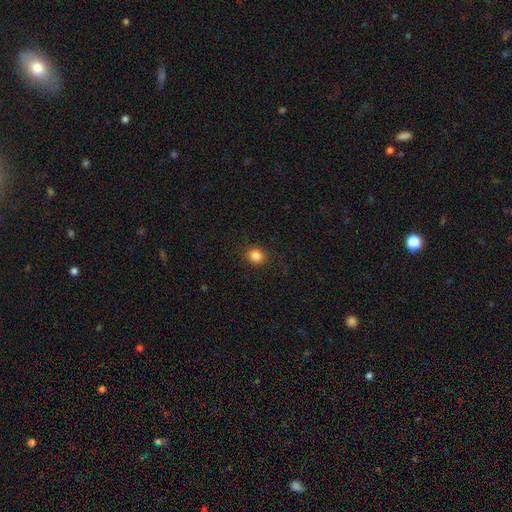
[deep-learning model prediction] Smooth or featured: smooth — 84% (star or artifact — 12%)
How rounded: round — 88% (in between — 11%)
Merging: none — 90% (minor disturbance — 7%)